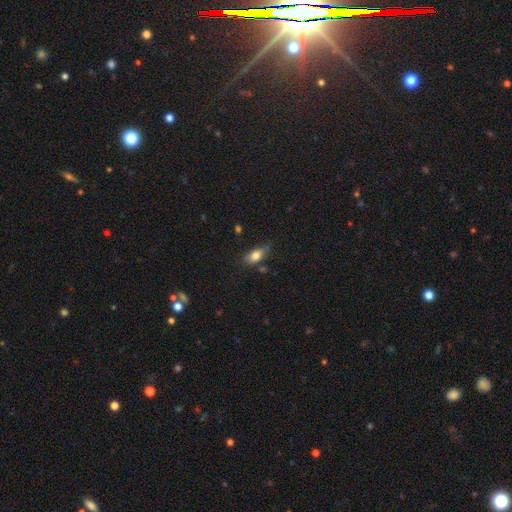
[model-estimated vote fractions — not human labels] smooth 77%, featured or disk 15%, star or artifact 9%. Down the decision tree: how rounded — in between (83%); merging — none (55%).